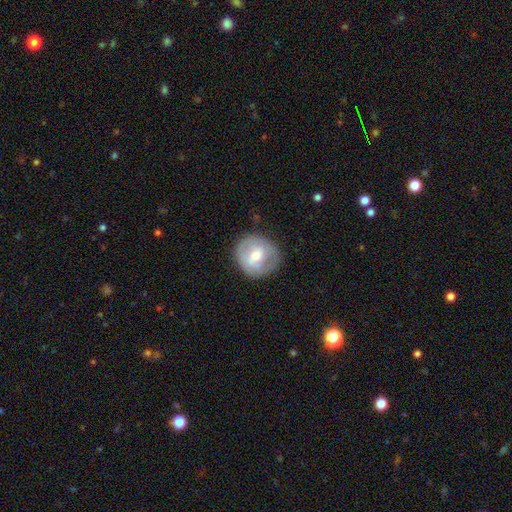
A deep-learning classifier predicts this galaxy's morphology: type=smooth (48%); merging=none (79%).